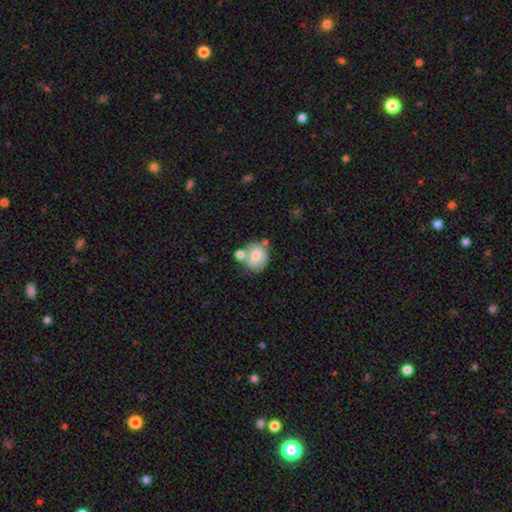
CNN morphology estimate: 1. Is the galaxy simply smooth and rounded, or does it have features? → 48% featured or disk, 45% smooth, 7% star or artifact.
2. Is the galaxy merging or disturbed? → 45% none, 29% merger, 19% minor disturbance, 7% major disturbance.